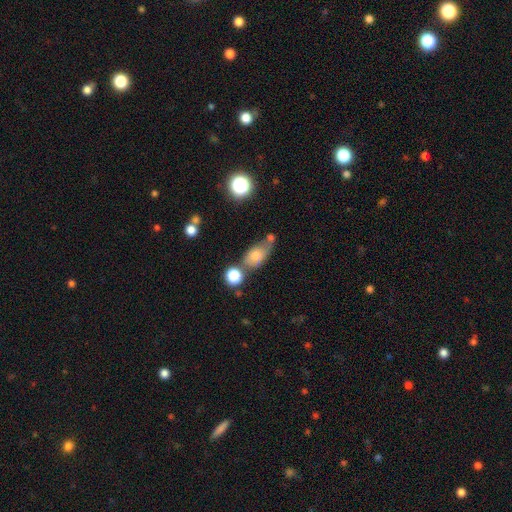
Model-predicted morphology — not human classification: This is likely a smooth galaxy (68%). How rounded: likely in between (77%). Merging: marginally none (43%).